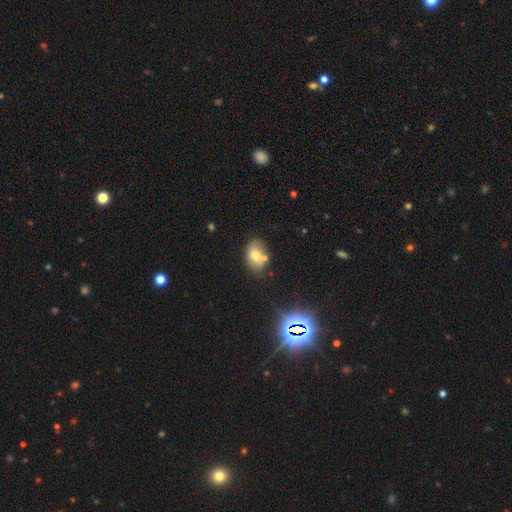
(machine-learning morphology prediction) Smooth or featured? Predicted: smooth (p=0.71). How rounded? Predicted: in between (p=0.80). Merging? Predicted: none (p=0.62).